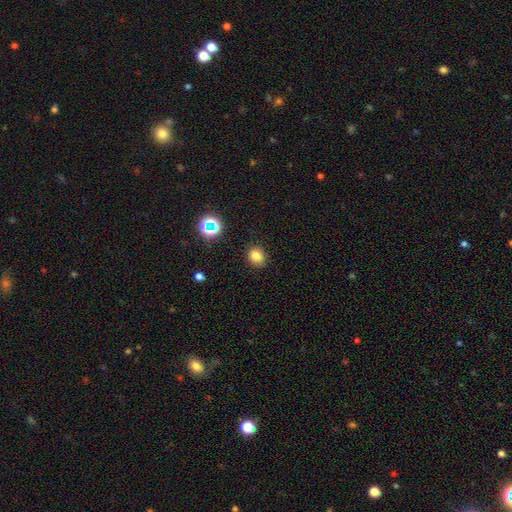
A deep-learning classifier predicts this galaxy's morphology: A smooth galaxy with no disk features (79%) that is round (73%).

Vote fractions:
- Smooth or featured? smooth: 79% / star or artifact: 15% / featured or disk: 6%
- How rounded? round: 73% / in between: 26% / cigar-shaped: 1%
- Merging? none: 88% / minor disturbance: 8% / major disturbance: 2% / merger: 1%